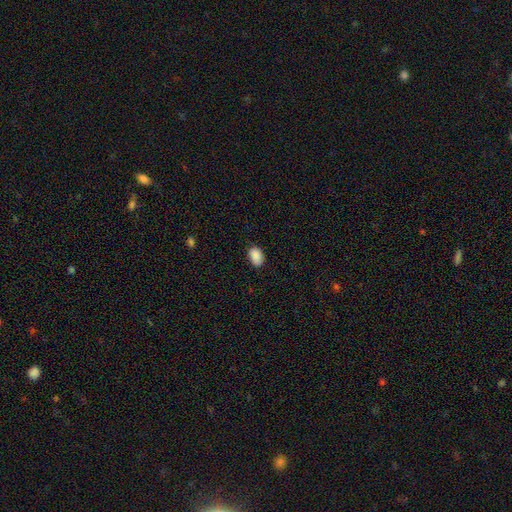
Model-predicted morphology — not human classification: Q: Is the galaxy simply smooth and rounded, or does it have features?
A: smooth — 90%.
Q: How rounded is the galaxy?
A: in between — 86%.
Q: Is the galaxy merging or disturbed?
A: none — 83%.